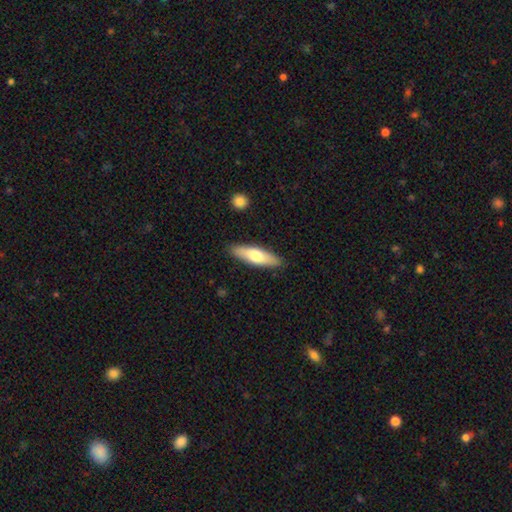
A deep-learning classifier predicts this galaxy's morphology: Smooth or featured? Predicted: smooth (p=0.63). How rounded? Predicted: cigar-shaped (p=0.60). Merging? Predicted: none (p=0.88).